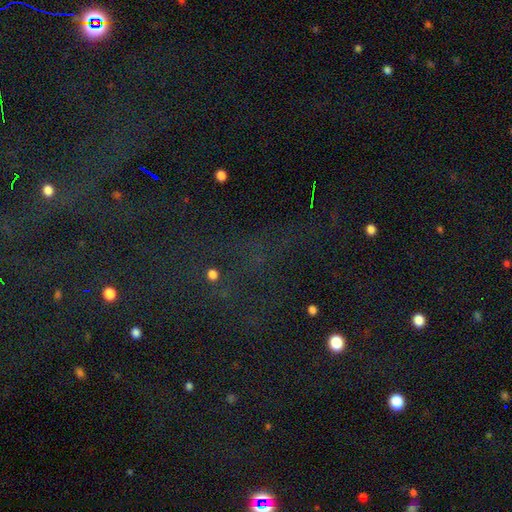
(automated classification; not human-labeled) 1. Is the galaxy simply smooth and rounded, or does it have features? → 75% star or artifact, 15% smooth, 9% featured or disk.